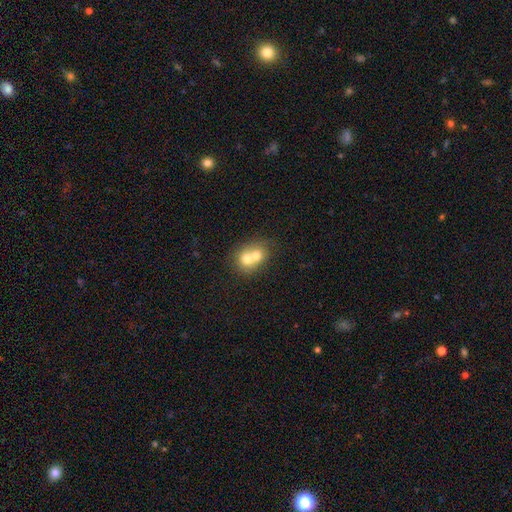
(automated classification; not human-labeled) Smooth or featured?
  - smooth: 68% *
  - featured or disk: 24%
  - star or artifact: 9%
How rounded?
  - round: 69% *
  - in between: 30%
  - cigar-shaped: 1%
Merging?
  - merger: 74% *
  - none: 20%
  - minor disturbance: 5%
  - major disturbance: 2%